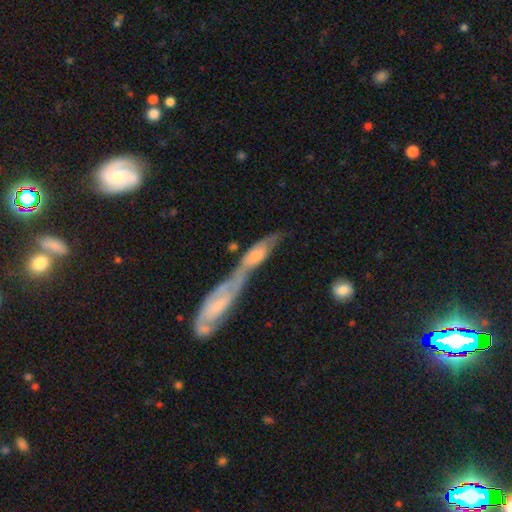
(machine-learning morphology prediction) This is possibly a featured or disk galaxy (47%). Merging: likely merger (60%).